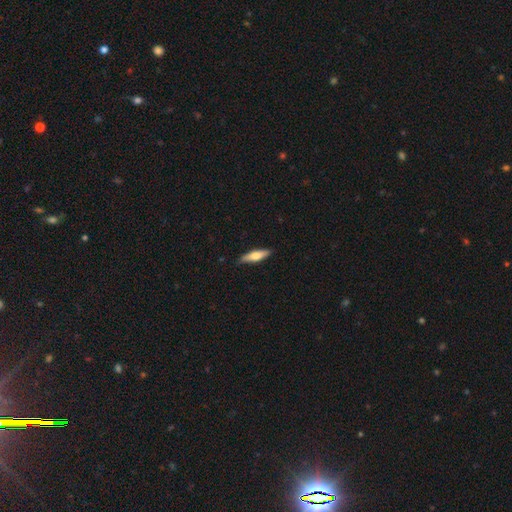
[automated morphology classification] Overall: smooth (58%; featured or disk 36%). How rounded: cigar-shaped (67%; in between 31%). Merging: none (88%).